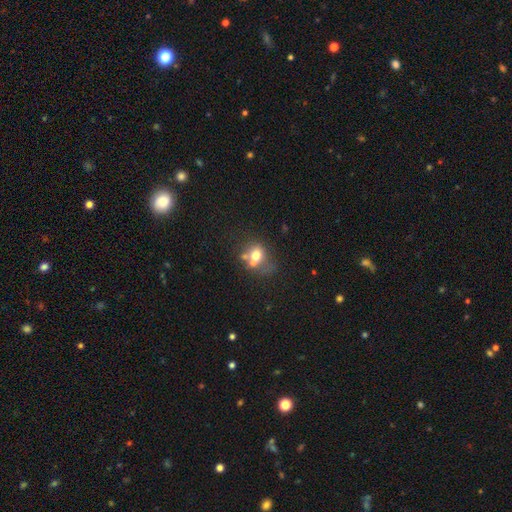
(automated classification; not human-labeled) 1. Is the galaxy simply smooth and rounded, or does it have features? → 63% smooth, 23% featured or disk, 13% star or artifact.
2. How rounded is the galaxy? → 64% round, 35% in between, 1% cigar-shaped.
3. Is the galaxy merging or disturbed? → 42% merger, 37% none, 13% minor disturbance, 8% major disturbance.